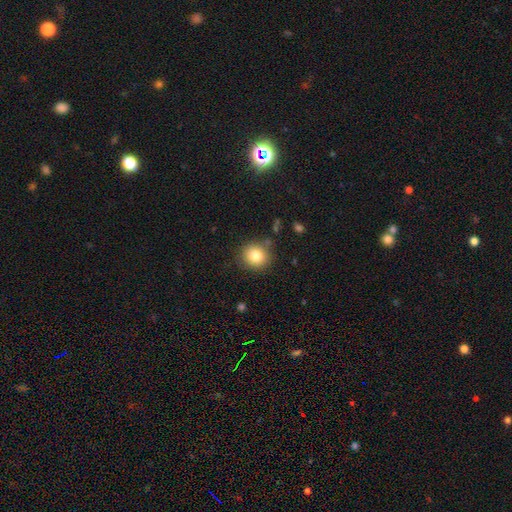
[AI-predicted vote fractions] This appears to be a smooth galaxy with no disk features (83%) that is round (89%). Merging: none (85%).